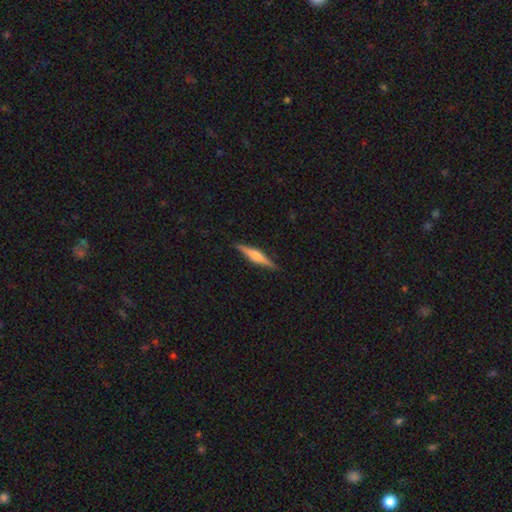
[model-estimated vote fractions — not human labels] featured or disk 67%, smooth 27%, star or artifact 6%. Down the decision tree: edge-on disk — yes (98%); edge-on bulge — rounded (76%); merging — none (91%).